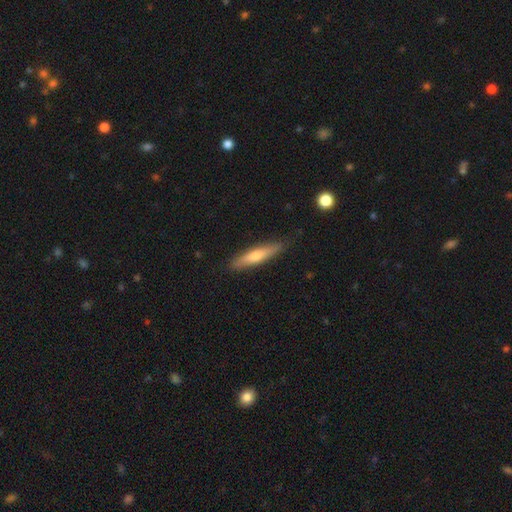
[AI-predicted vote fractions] smooth-or-featured: smooth: 59% | featured or disk: 36% | star or artifact: 6%
  how-rounded: cigar-shaped: 86% | in between: 13% | round: 2%
  merging: none: 86% | minor disturbance: 11% | major disturbance: 2% | merger: 1%